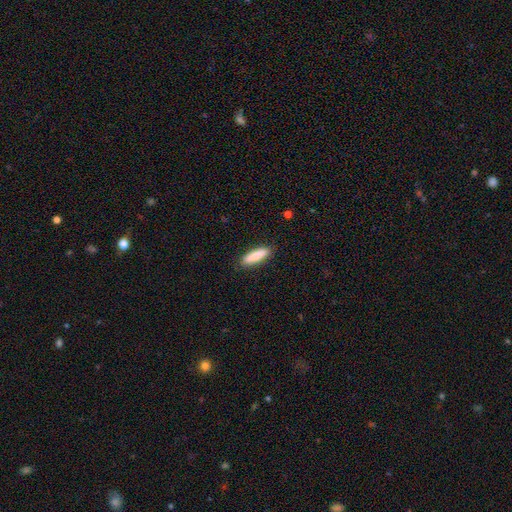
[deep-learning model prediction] A smooth galaxy with no disk features (85%) that is cigar-shaped (68%). Merging: none (88%).